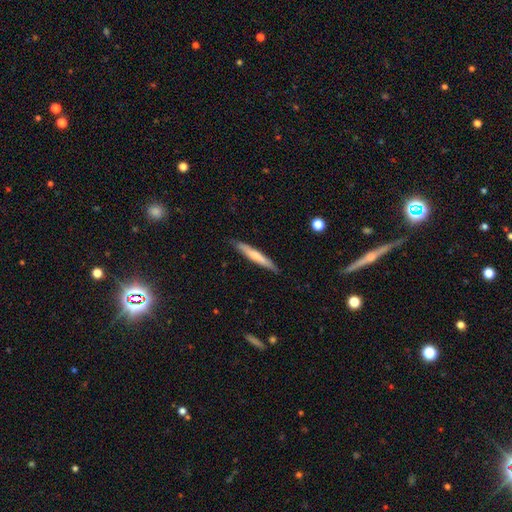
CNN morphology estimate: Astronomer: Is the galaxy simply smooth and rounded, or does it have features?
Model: smooth — 58% (runner-up: featured or disk, 37%).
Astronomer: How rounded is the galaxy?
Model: cigar-shaped — 94%.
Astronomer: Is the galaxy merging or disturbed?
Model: none — 87%.